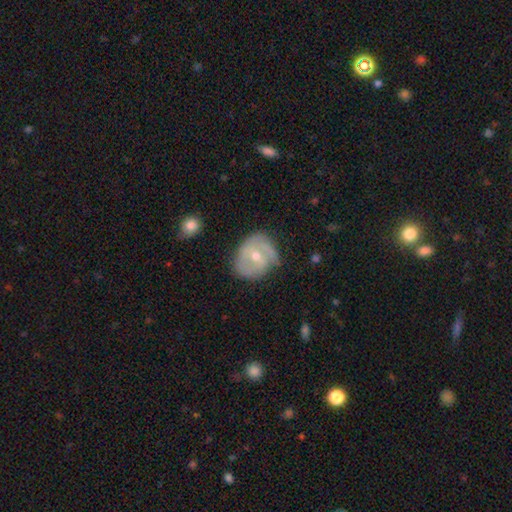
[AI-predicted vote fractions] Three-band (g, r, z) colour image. It shows a featured or disk galaxy (68%) with no bar (59%), 2 (38%) tight (49%) spiral arms (79%) and a moderate central bulge (60%). Merging: none (54%).